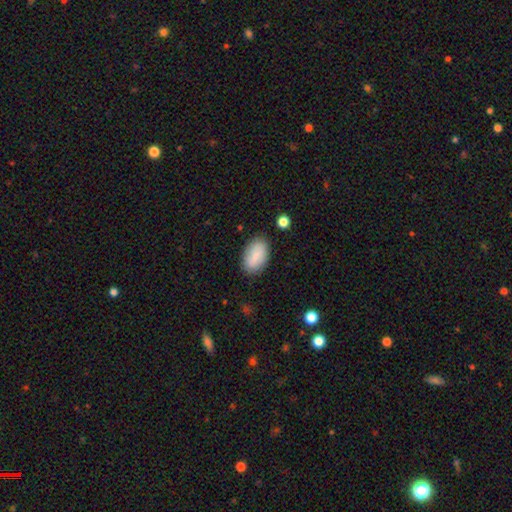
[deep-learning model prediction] A smooth galaxy with no disk features (83%) that is in between round and cigar-shaped (93%).

Vote fractions:
- Smooth or featured? smooth: 83% / featured or disk: 10% / star or artifact: 7%
- How rounded? in between: 93% / round: 5% / cigar-shaped: 2%
- Merging? none: 83% / minor disturbance: 12% / major disturbance: 3% / merger: 2%